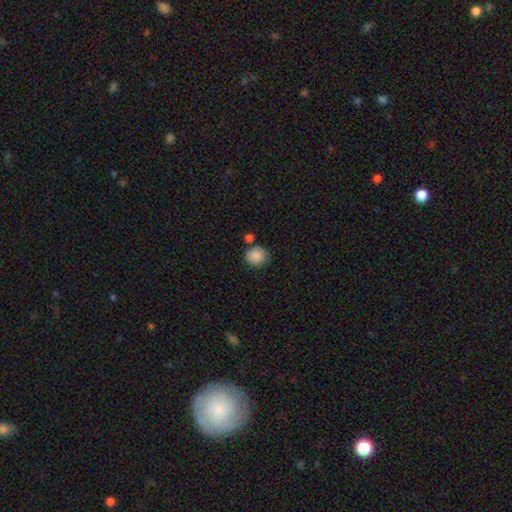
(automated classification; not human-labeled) Morphology: type=smooth (88%); roundness=round (81%); merging=none (76%).